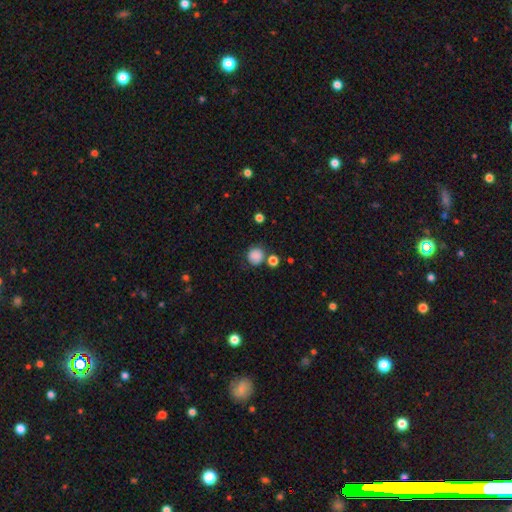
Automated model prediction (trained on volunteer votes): The model was most divided on "merging": none: 72%, minor disturbance: 13%, merger: 10%, major disturbance: 5%. More confident: how rounded — round (90%); smooth or featured — smooth (86%).